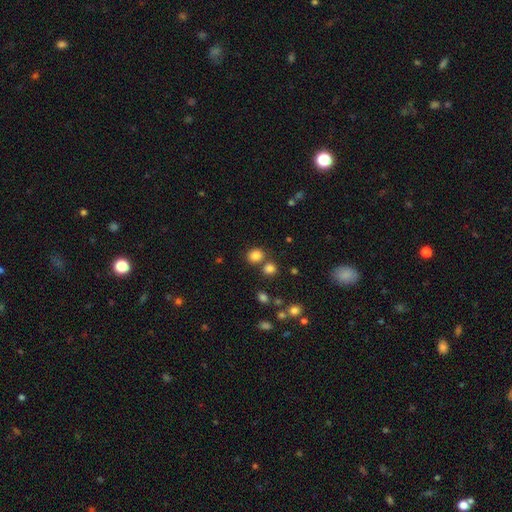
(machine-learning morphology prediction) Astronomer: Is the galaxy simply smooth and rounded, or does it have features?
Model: smooth — 82%.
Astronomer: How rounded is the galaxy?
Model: round — 74%.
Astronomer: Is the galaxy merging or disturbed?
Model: none — 69%.